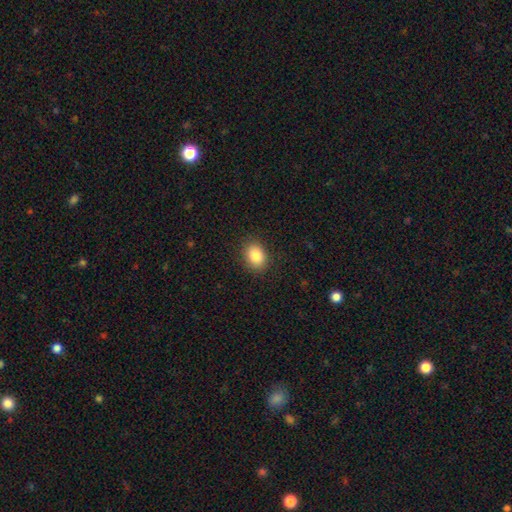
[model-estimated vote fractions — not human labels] smooth_or_featured: smooth (p=0.86) [alt: star or artifact p=0.09]
how_rounded: in between (p=0.69) [alt: round p=0.30]
merging: none (p=0.88) [alt: minor disturbance p=0.09]